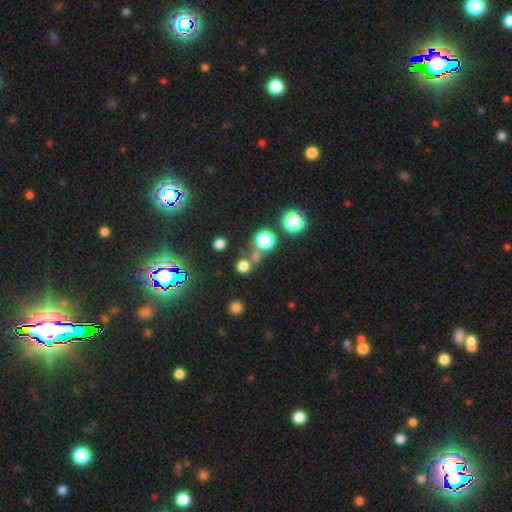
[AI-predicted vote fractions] Overall: smooth (49%; star or artifact 43%). Merging: none (66%).